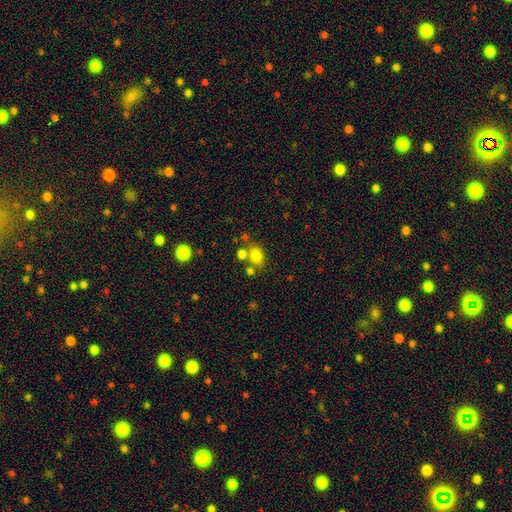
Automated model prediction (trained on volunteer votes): Morphology: type=smooth (80%); roundness=in between (56%); merging=none (61%).